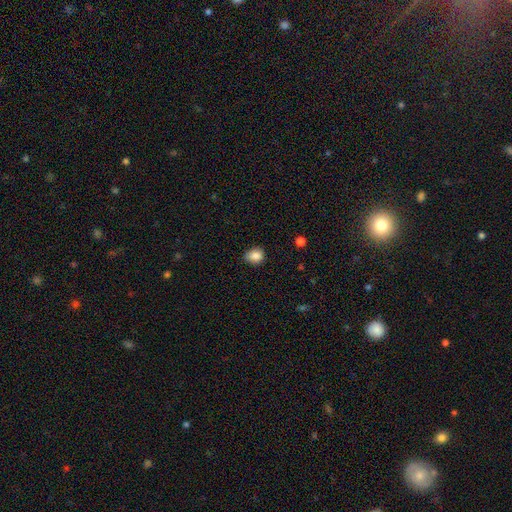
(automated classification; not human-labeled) Overall: smooth (85%). How rounded: round (58%; in between 41%). Merging: none (68%).